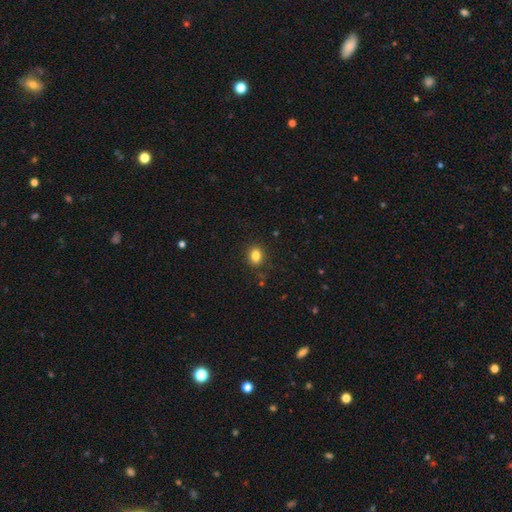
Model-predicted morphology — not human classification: Smooth or featured? smooth (83%)
How rounded? in between (54%)
Merging? none (86%)